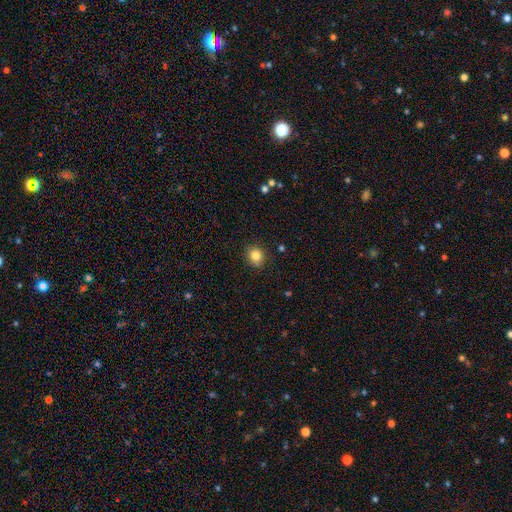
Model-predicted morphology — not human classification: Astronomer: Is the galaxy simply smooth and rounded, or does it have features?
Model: smooth — 83%.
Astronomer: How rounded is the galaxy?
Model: round — 80%.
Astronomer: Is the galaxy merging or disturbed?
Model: none — 87%.